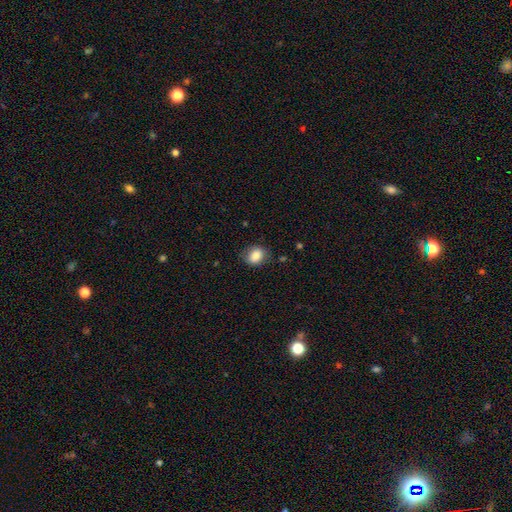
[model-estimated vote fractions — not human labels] Smooth or featured? Predicted: smooth (p=0.85). How rounded? Predicted: in between (p=0.54). Merging? Predicted: none (p=0.77).